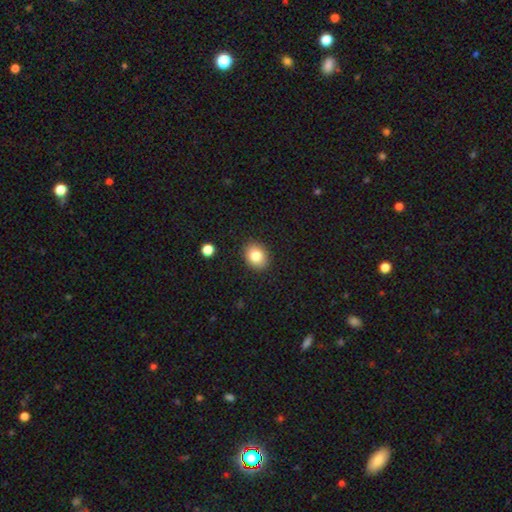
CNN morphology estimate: Smooth or featured?
  - smooth: 82% *
  - star or artifact: 10%
  - featured or disk: 9%
How rounded?
  - round: 52% *
  - in between: 48%
  - cigar-shaped: 1%
Merging?
  - none: 90% *
  - minor disturbance: 7%
  - major disturbance: 2%
  - merger: 1%